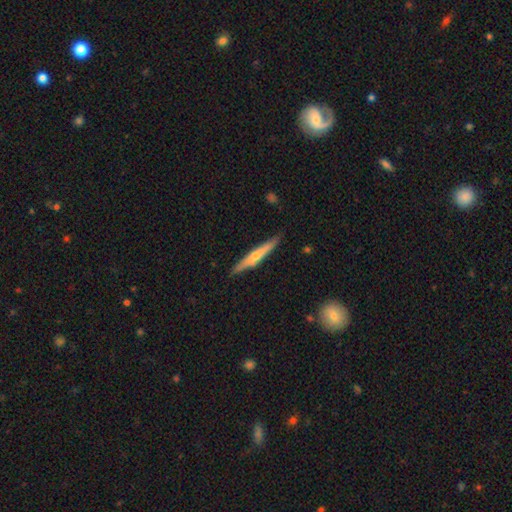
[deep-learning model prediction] Smooth or featured? featured or disk (49%)
Merging? none (83%)